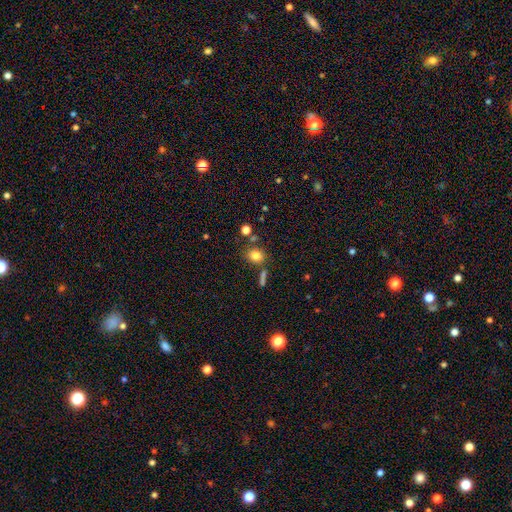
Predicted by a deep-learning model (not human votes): Overall: smooth (80%). How rounded: round (60%; in between 38%). Merging: none (72%).